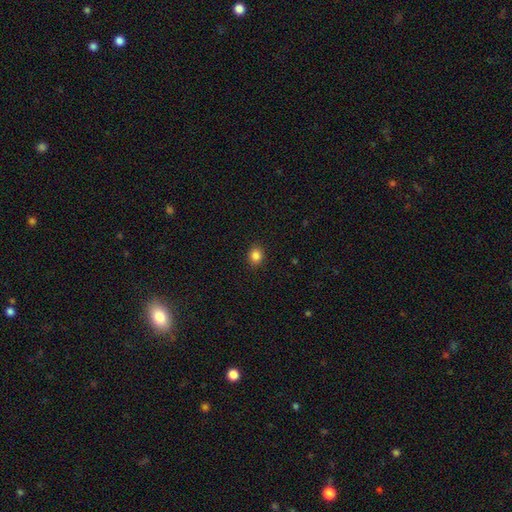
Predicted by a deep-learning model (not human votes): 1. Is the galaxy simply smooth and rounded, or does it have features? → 85% smooth, 11% star or artifact, 4% featured or disk.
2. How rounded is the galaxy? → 66% round, 33% in between, 1% cigar-shaped.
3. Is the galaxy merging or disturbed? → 90% none, 7% minor disturbance, 2% major disturbance, 1% merger.